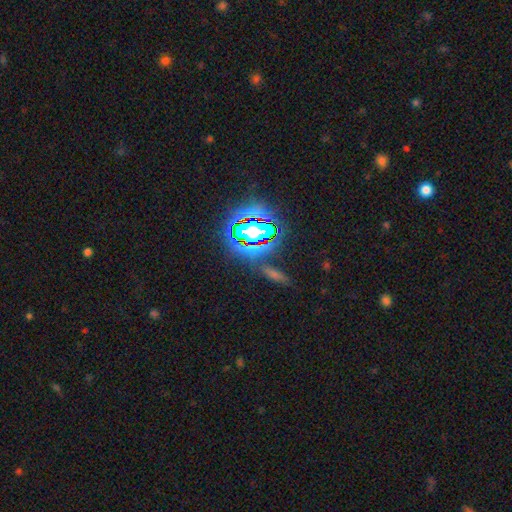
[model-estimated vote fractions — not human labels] smooth-or-featured: star or artifact: 83% | smooth: 10% | featured or disk: 7%